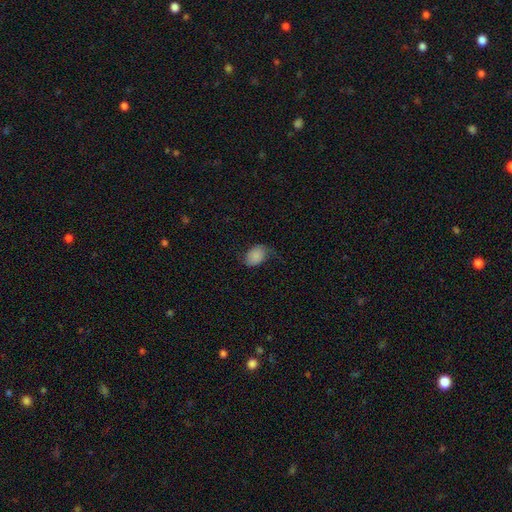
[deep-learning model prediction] Smooth or featured: smooth — 72% (featured or disk — 18%)
How rounded: in between — 76% (round — 23%)
Merging: none — 55% (minor disturbance — 28%)